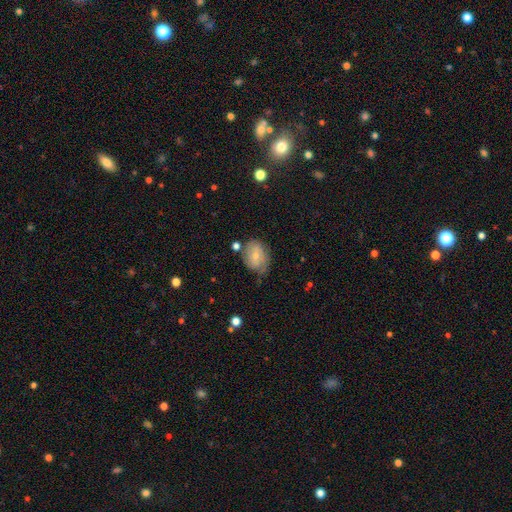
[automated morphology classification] This is likely a smooth galaxy (60%). How rounded: likely in between (66%). Merging: possibly none (50%).